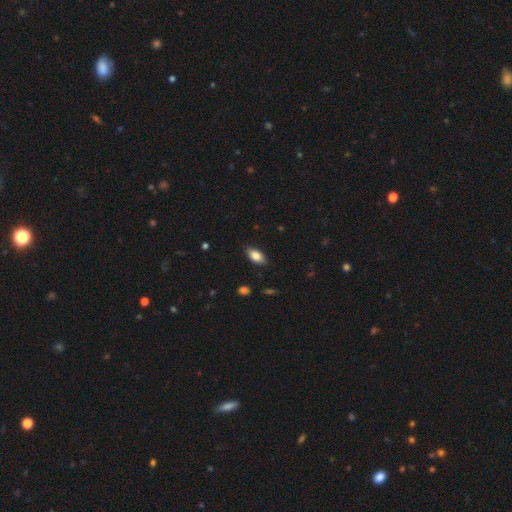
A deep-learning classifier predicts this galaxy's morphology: smooth_or_featured: smooth (p=0.84) [alt: featured or disk p=0.09]
how_rounded: in between (p=0.91) [alt: cigar-shaped p=0.06]
merging: none (p=0.86) [alt: minor disturbance p=0.11]